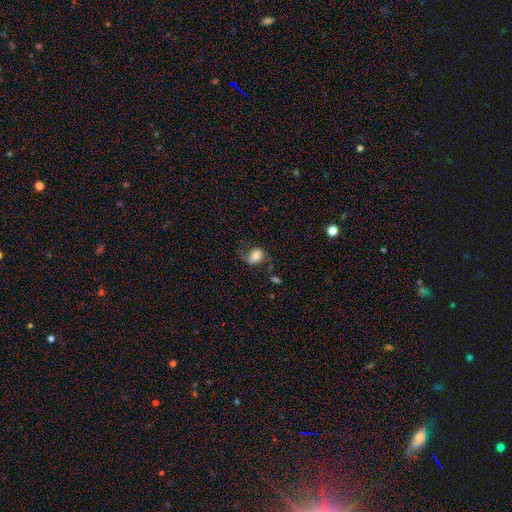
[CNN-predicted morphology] A smooth galaxy with no disk features (49%).

Vote fractions:
- Smooth or featured? smooth: 49% / featured or disk: 42% / star or artifact: 9%
- Merging? none: 51% / minor disturbance: 24% / major disturbance: 22% / merger: 3%